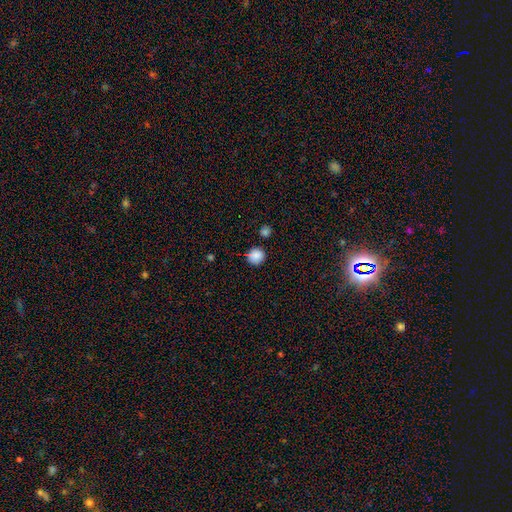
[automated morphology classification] Smooth or featured: smooth — 86% (star or artifact — 10%)
How rounded: round — 91% (in between — 8%)
Merging: none — 81% (minor disturbance — 12%)